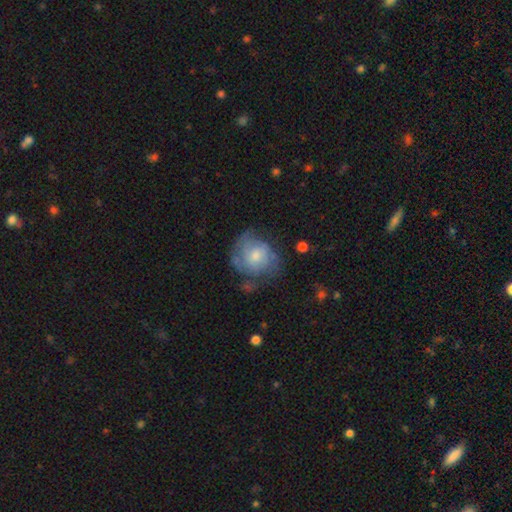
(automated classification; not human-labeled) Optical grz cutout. It shows a featured or disk galaxy (56%) with no bar (77%), spiral arms (73%) and a small central bulge (48%). Merging: none (55%).